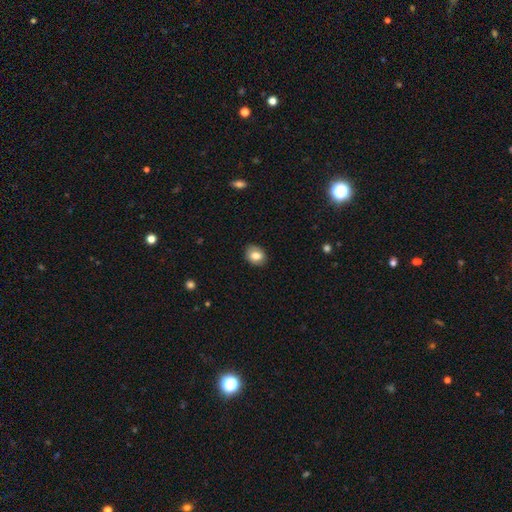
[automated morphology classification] Smooth or featured? Predicted: smooth (p=0.80). How rounded? Predicted: in between (p=0.60). Merging? Predicted: none (p=0.84).